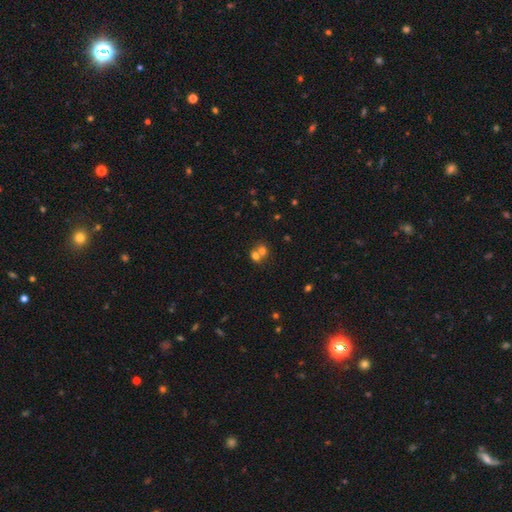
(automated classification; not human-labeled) This is likely a smooth galaxy (67%). How rounded: likely round (67%). Merging: likely merger (63%).